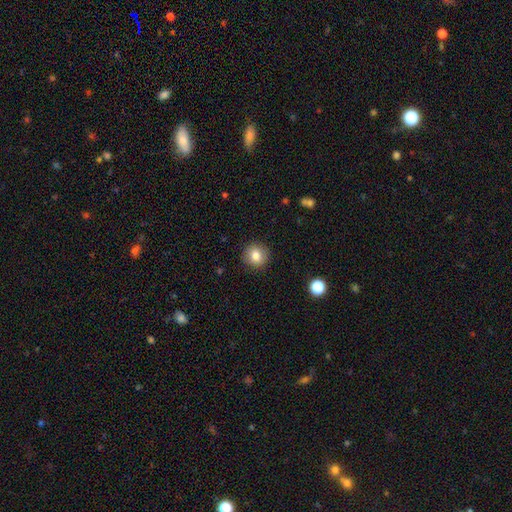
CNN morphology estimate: smooth-or-featured: smooth: 82% | star or artifact: 10% | featured or disk: 8%
  how-rounded: round: 89% | in between: 10% | cigar-shaped: 1%
  merging: none: 90% | minor disturbance: 7% | major disturbance: 2% | merger: 1%